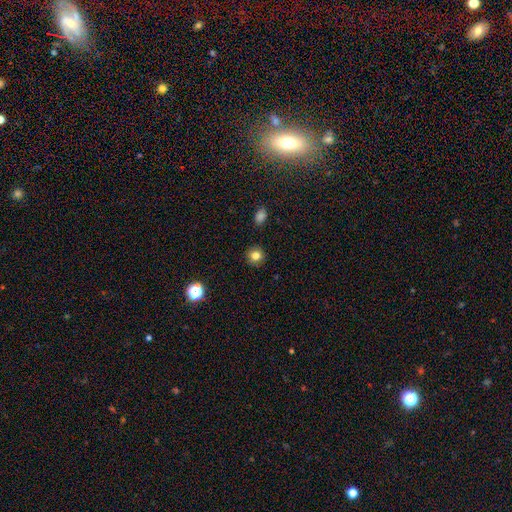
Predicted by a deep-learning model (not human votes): A smooth galaxy with no disk features (81%) that is round (91%). Merging: none (91%).